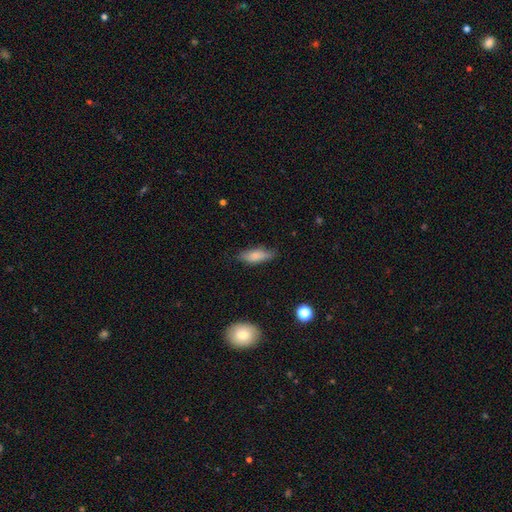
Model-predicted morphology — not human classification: smooth_or_featured: smooth (p=0.76) [alt: featured or disk p=0.17]
how_rounded: in between (p=0.58) [alt: cigar-shaped p=0.40]
merging: none (p=0.77) [alt: minor disturbance p=0.18]